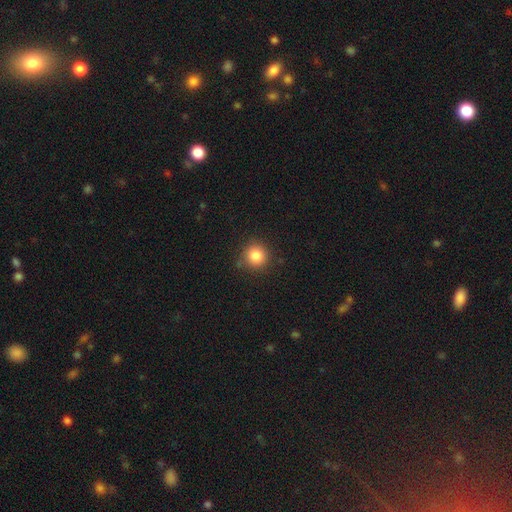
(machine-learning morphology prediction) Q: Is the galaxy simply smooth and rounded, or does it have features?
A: smooth — 84%.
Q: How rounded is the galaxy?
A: round — 92%.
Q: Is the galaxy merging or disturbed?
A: none — 84%.